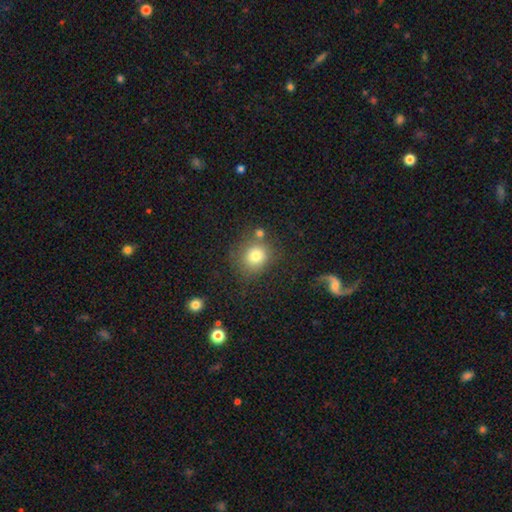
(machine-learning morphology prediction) This appears to be a smooth galaxy with no disk features (79%) that is round (82%). Merging: none (66%).